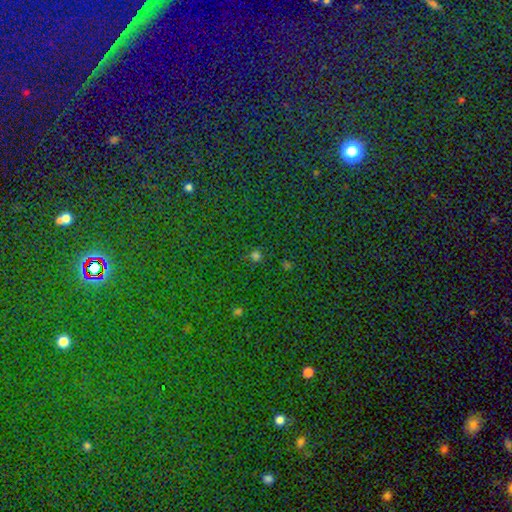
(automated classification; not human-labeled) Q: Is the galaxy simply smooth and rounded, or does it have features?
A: smooth — 56%.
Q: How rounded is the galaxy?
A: round — 87%.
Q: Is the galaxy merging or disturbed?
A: none — 78%.